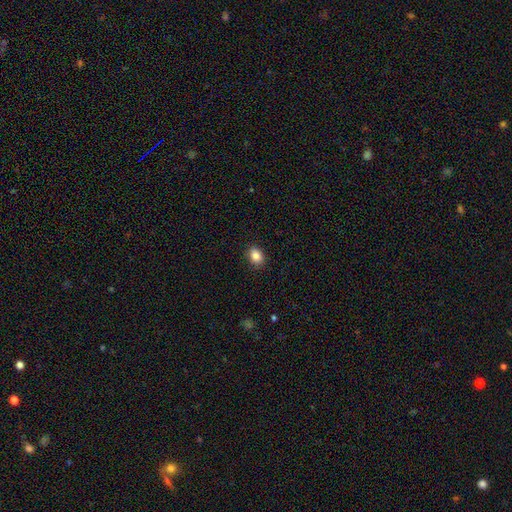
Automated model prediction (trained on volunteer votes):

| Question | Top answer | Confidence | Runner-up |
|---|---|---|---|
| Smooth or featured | smooth | 86% | star or artifact (9%) |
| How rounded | in between | 69% | round (30%) |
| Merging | none | 88% | minor disturbance (9%) |